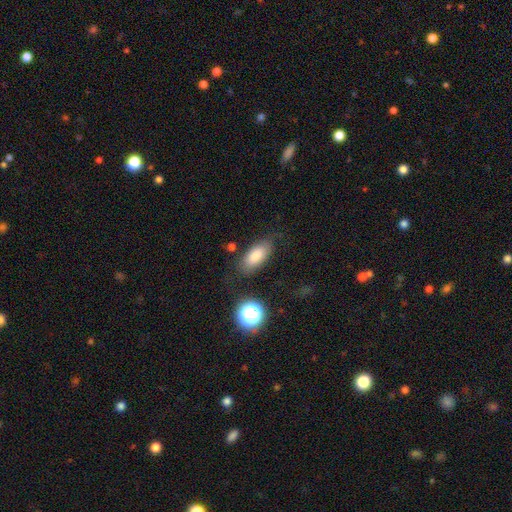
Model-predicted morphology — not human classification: Smooth or featured: smooth — 82% (featured or disk — 9%)
How rounded: in between — 84% (cigar-shaped — 11%)
Merging: none — 77% (minor disturbance — 15%)